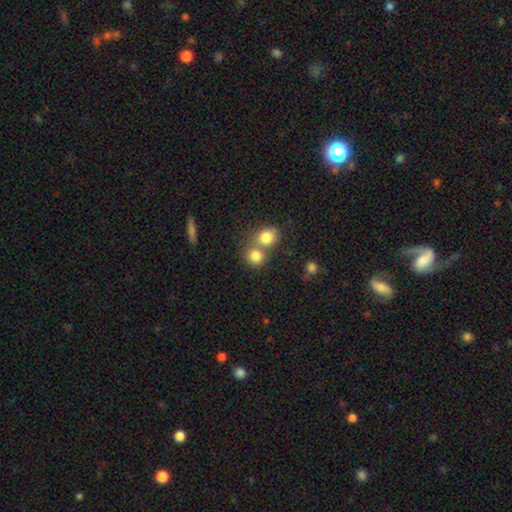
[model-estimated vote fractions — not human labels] smooth_or_featured: smooth (p=0.82) [alt: star or artifact p=0.10]
how_rounded: round (p=0.81) [alt: in between p=0.18]
merging: merger (p=0.49) [alt: none p=0.43]